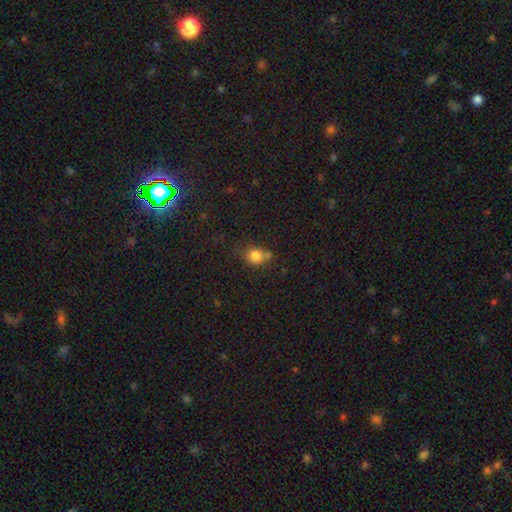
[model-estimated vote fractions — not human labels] smooth_or_featured: smooth (p=0.80) [alt: star or artifact p=0.12]
how_rounded: round (p=0.76) [alt: in between p=0.23]
merging: none (p=0.51) [alt: merger p=0.24]